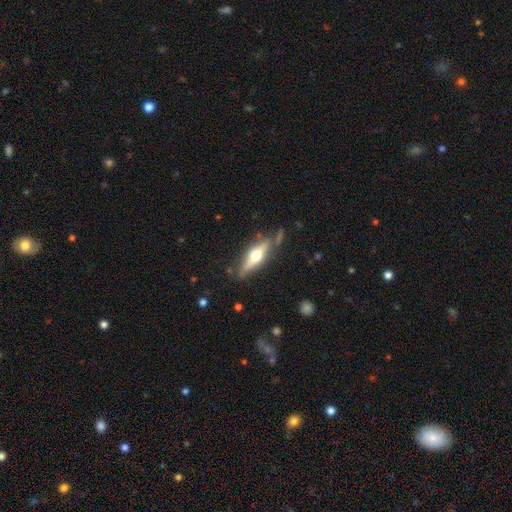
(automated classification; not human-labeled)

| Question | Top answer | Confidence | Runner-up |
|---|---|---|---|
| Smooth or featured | featured or disk | 62% | smooth (32%) |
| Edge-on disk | yes | 93% | no (7%) |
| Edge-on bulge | rounded | 95% | boxy (3%) |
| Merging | none | 78% | minor disturbance (14%) |